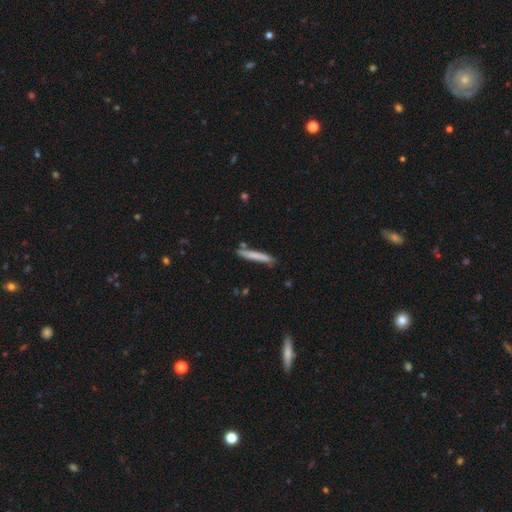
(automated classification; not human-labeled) This appears to be a smooth galaxy with no disk features (73%) that is cigar-shaped (95%). Merging: none (80%).